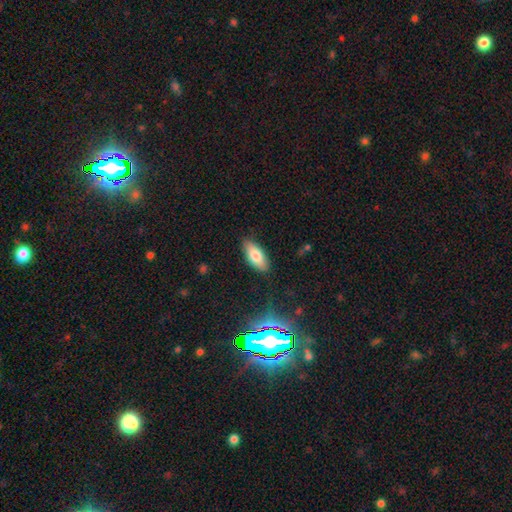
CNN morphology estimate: Smooth or featured? Predicted: smooth (p=0.76). How rounded? Predicted: in between (p=0.84). Merging? Predicted: none (p=0.86).